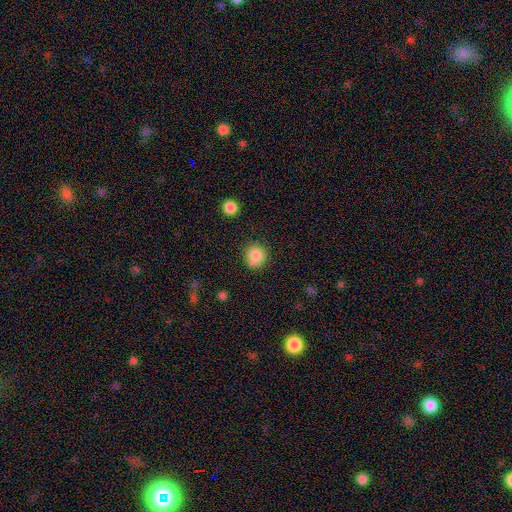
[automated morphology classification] A smooth galaxy with no disk features (85%) that is round (87%).

Vote fractions:
- Smooth or featured? smooth: 85% / star or artifact: 10% / featured or disk: 5%
- How rounded? round: 87% / in between: 12% / cigar-shaped: 1%
- Merging? none: 75% / minor disturbance: 16% / merger: 6% / major disturbance: 4%